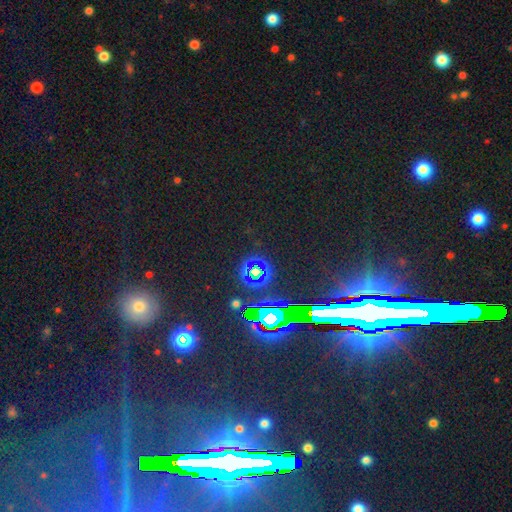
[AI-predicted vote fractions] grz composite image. It shows a star or artifact, not a galaxy (78%).